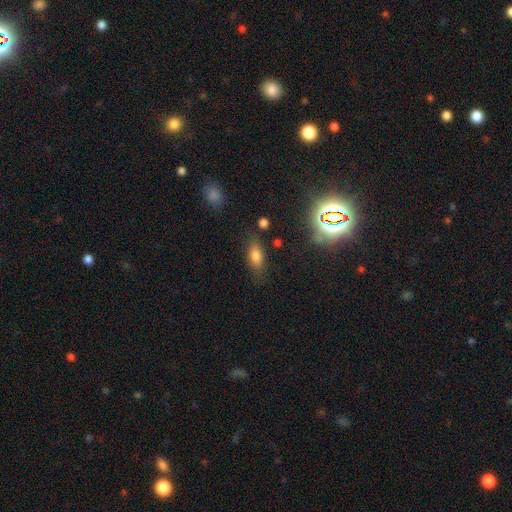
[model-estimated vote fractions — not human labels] smooth-or-featured: smooth: 74% | featured or disk: 13% | star or artifact: 13%
  how-rounded: in between: 79% | cigar-shaped: 15% | round: 6%
  merging: none: 77% | minor disturbance: 15% | major disturbance: 5% | merger: 3%